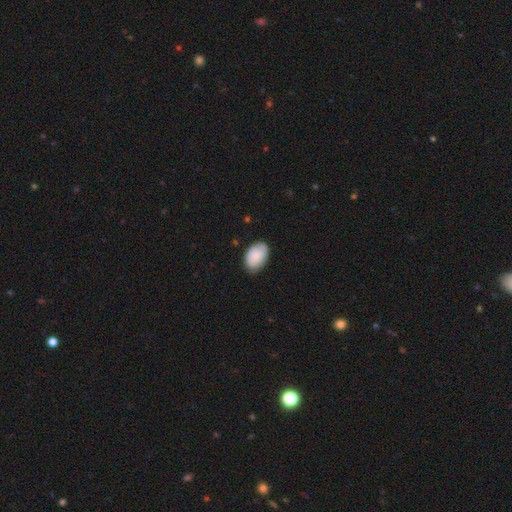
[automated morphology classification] smooth 79%, featured or disk 14%, star or artifact 7%. Down the decision tree: how rounded — in between (88%); merging — none (76%).